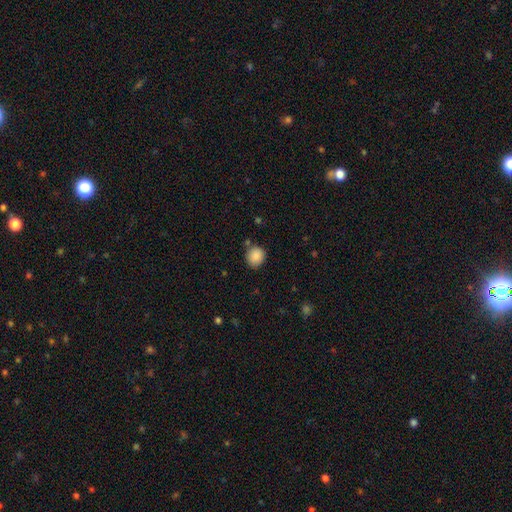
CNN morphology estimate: A smooth galaxy with no disk features (88%) that is round (79%). Merging: none (79%).